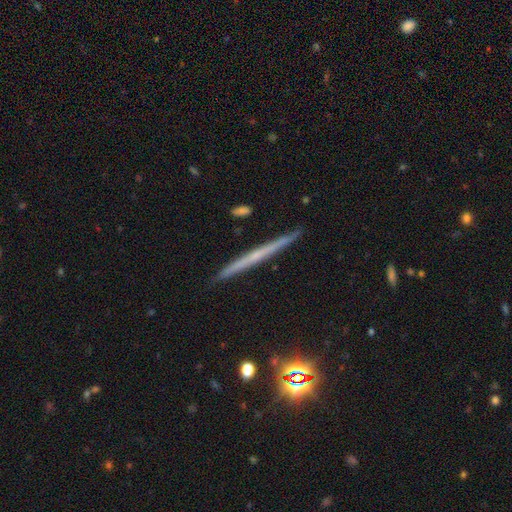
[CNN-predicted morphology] Q: Smooth or featured?
A: featured or disk (62%); runner-up: smooth (28%)
Q: Edge-on disk?
A: yes (98%); runner-up: no (2%)
Q: Edge-on bulge?
A: none (77%); runner-up: rounded (19%)
Q: Merging?
A: none (91%); runner-up: minor disturbance (6%)